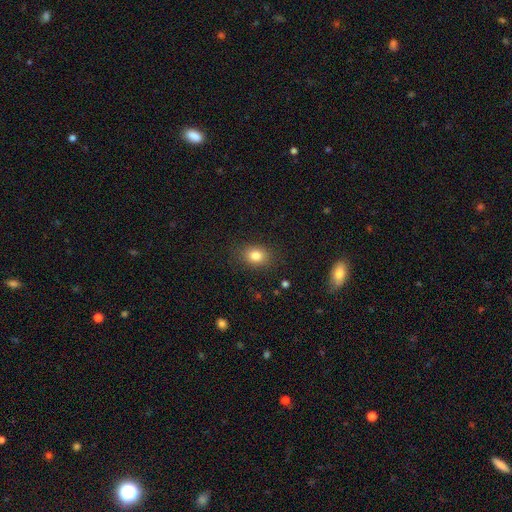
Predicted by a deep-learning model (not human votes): Q: Smooth or featured?
A: smooth (81%); runner-up: star or artifact (11%)
Q: How rounded?
A: in between (54%); runner-up: round (45%)
Q: Merging?
A: none (85%); runner-up: minor disturbance (11%)